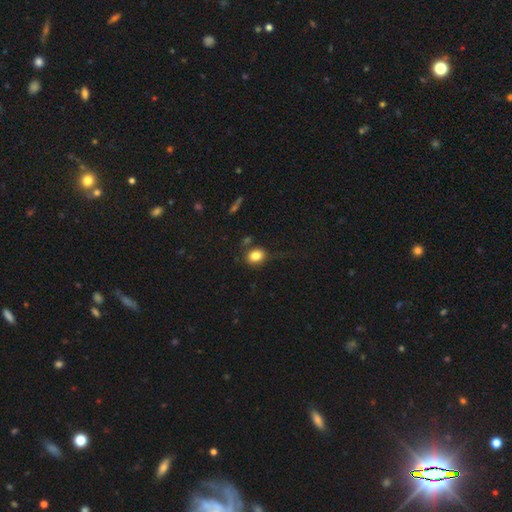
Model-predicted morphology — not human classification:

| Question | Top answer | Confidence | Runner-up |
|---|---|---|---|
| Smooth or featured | smooth | 83% | star or artifact (10%) |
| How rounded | in between | 50% | round (49%) |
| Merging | none | 74% | minor disturbance (15%) |